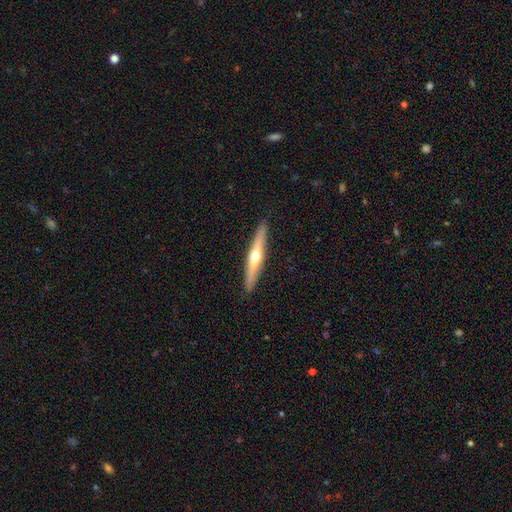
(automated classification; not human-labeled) A featured or disk galaxy (62%) viewed edge-on (95%) with a rounded central bulge (90%).

Vote fractions:
- Smooth or featured? featured or disk: 62% / smooth: 32% / star or artifact: 5%
- Edge-on disk? yes: 95% / no: 5%
- Edge-on bulge? rounded: 90% / none: 8% / boxy: 2%
- Merging? none: 91% / minor disturbance: 6% / major disturbance: 1% / merger: 1%